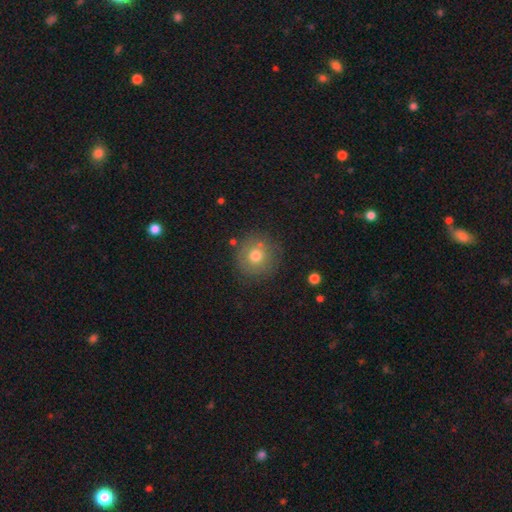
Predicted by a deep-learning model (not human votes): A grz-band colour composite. It shows a smooth galaxy with no disk features (71%) that is round (93%). Merging: none (80%).